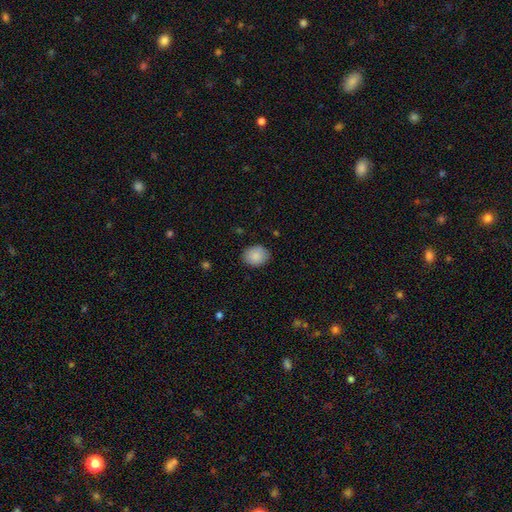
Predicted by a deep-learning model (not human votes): The model was most divided on "how rounded": in between: 51%, round: 48%, cigar-shaped: 1%. More confident: smooth or featured — smooth (88%); merging — none (85%).